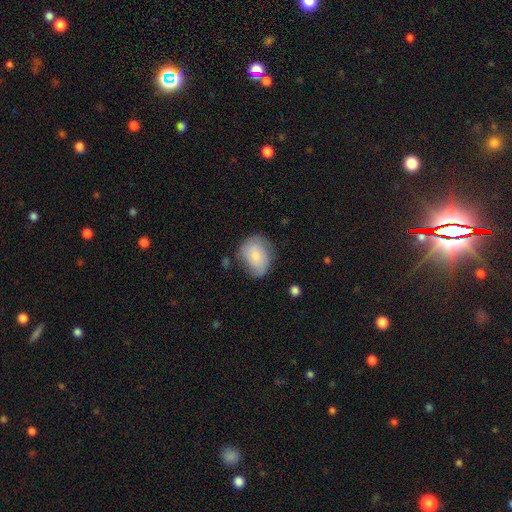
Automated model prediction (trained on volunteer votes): smooth_or_featured: smooth (p=0.62) [alt: featured or disk p=0.32]
how_rounded: in between (p=0.64) [alt: round p=0.35]
merging: none (p=0.60) [alt: minor disturbance p=0.28]